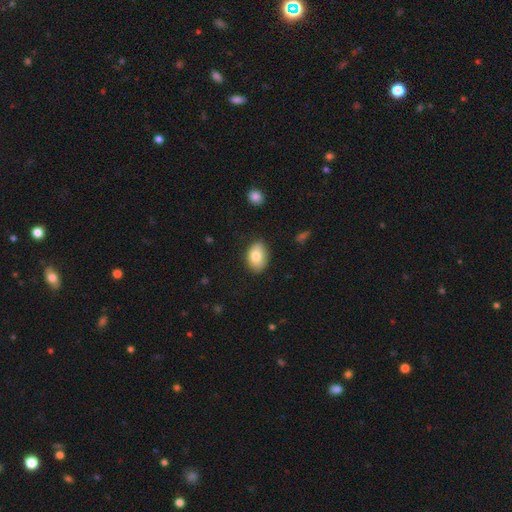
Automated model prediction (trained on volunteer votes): smooth 82%, featured or disk 11%, star or artifact 7%. Down the decision tree: how rounded — in between (87%); merging — none (79%).